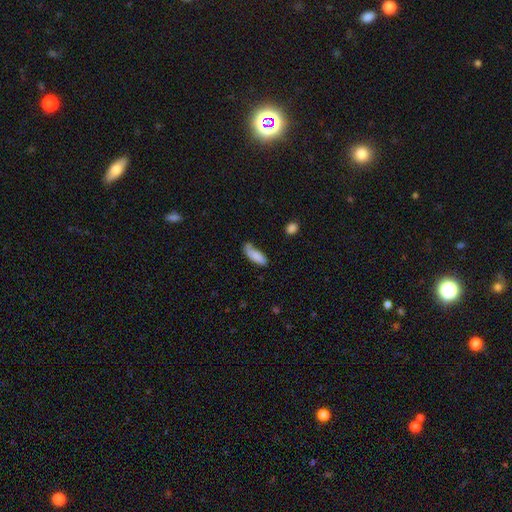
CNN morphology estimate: Smooth or featured: smooth — 82% (featured or disk — 11%)
How rounded: in between — 68% (cigar-shaped — 30%)
Merging: none — 52% (minor disturbance — 29%)